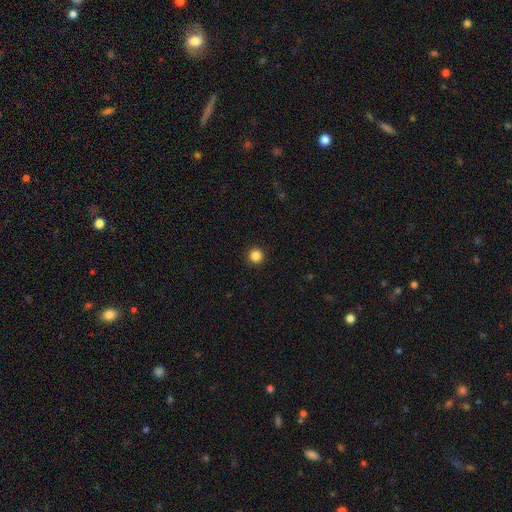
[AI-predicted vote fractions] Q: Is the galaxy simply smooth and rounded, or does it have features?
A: smooth — 86%.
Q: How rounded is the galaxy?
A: round — 96%.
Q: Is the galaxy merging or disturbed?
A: none — 93%.